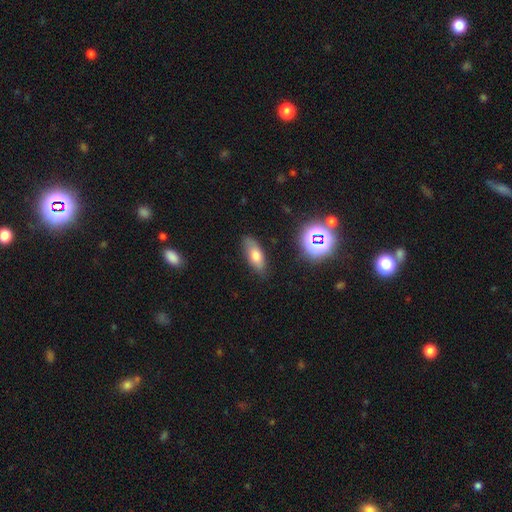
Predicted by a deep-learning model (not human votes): This is likely a smooth galaxy (68%). How rounded: clearly in between (80%). Merging: clearly none (80%).